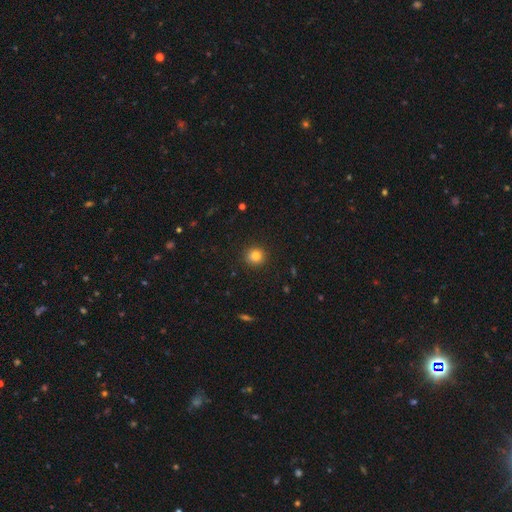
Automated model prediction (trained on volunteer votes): smooth-or-featured: smooth: 82% | star or artifact: 12% | featured or disk: 6%
  how-rounded: round: 90% | in between: 9% | cigar-shaped: 1%
  merging: none: 91% | minor disturbance: 6% | major disturbance: 2% | merger: 1%